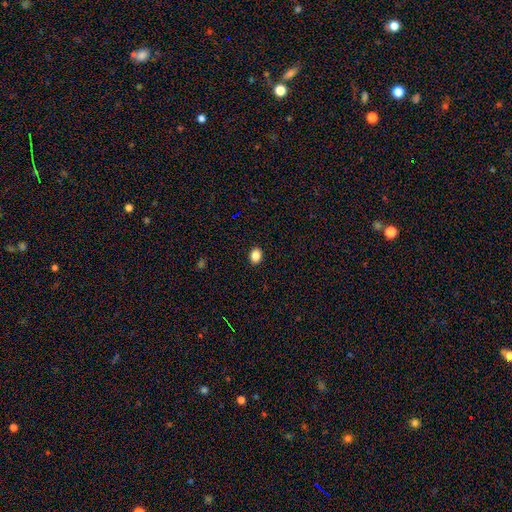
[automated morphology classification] Q: Smooth or featured?
A: smooth (86%); runner-up: star or artifact (10%)
Q: How rounded?
A: in between (65%); runner-up: round (34%)
Q: Merging?
A: none (91%); runner-up: minor disturbance (6%)